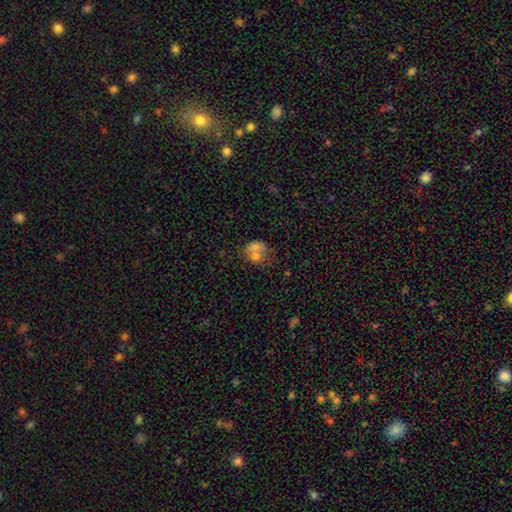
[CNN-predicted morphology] smooth 66%, featured or disk 21%, star or artifact 13%. Down the decision tree: how rounded — round (53%); merging — merger (52%).